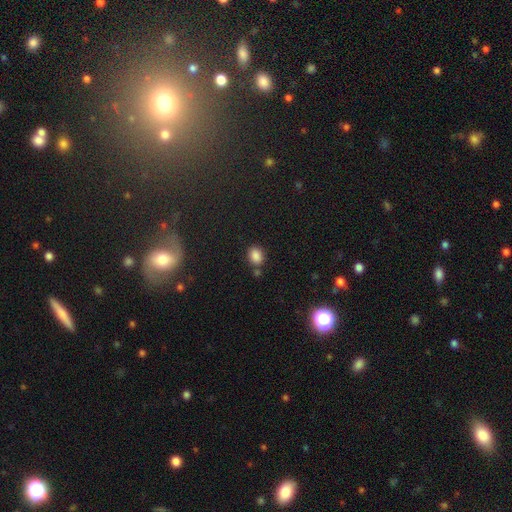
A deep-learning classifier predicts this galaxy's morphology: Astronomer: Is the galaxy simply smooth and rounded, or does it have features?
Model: smooth — 84%.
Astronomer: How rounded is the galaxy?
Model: in between — 65%.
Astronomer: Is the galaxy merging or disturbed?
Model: none — 71%.